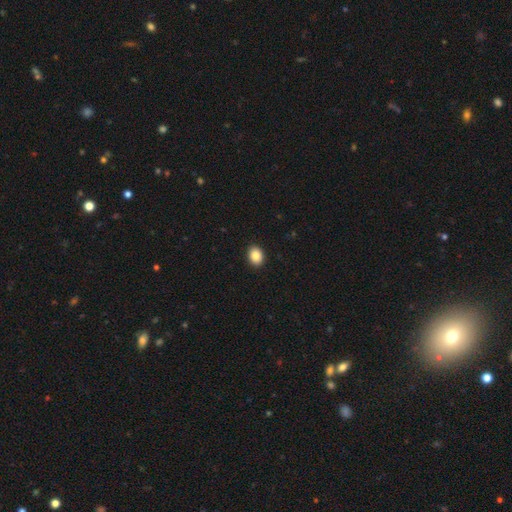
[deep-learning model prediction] Q: Smooth or featured?
A: smooth (87%); runner-up: star or artifact (9%)
Q: How rounded?
A: in between (63%); runner-up: round (36%)
Q: Merging?
A: none (92%); runner-up: minor disturbance (6%)